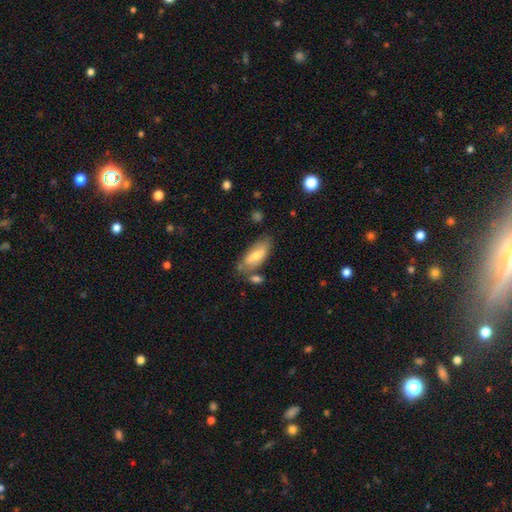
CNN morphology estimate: Smooth or featured?
  - smooth: 64% *
  - featured or disk: 29%
  - star or artifact: 7%
How rounded?
  - in between: 76% *
  - cigar-shaped: 22%
  - round: 2%
Merging?
  - none: 63% *
  - minor disturbance: 19%
  - merger: 11%
  - major disturbance: 6%